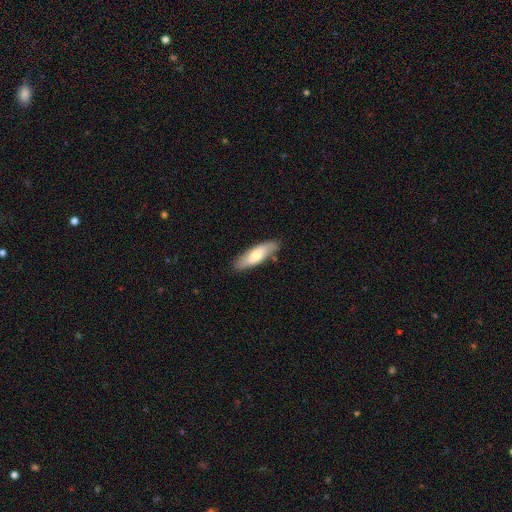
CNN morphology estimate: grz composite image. It shows a smooth galaxy with no disk features (67%) that is cigar-shaped (51%). Merging: none (84%).